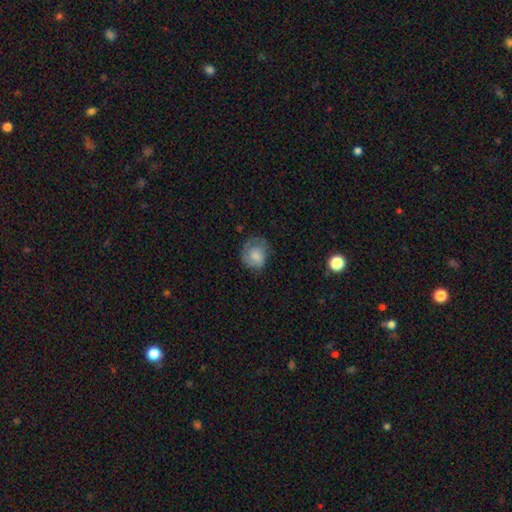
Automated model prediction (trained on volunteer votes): Q: Smooth or featured?
A: smooth (69%); runner-up: featured or disk (23%)
Q: How rounded?
A: round (69%); runner-up: in between (30%)
Q: Merging?
A: none (53%); runner-up: minor disturbance (29%)